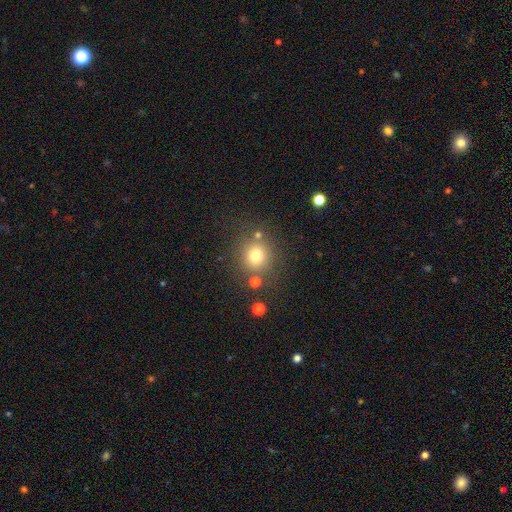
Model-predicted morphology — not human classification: Smooth or featured? smooth (76%)
How rounded? round (88%)
Merging? none (77%)